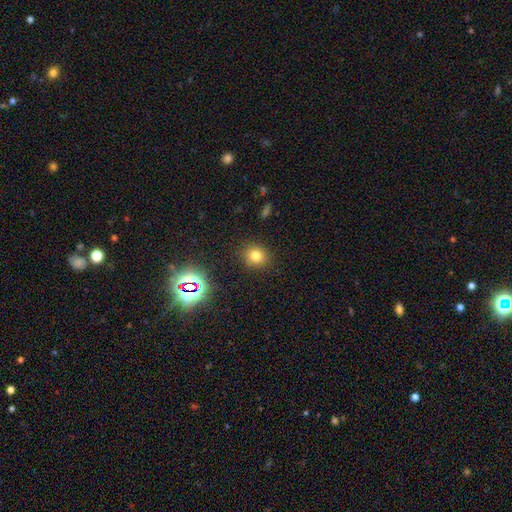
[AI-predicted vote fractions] smooth-or-featured: smooth: 75% | star or artifact: 18% | featured or disk: 8%
  how-rounded: round: 80% | in between: 19% | cigar-shaped: 1%
  merging: none: 87% | minor disturbance: 9% | major disturbance: 3% | merger: 2%